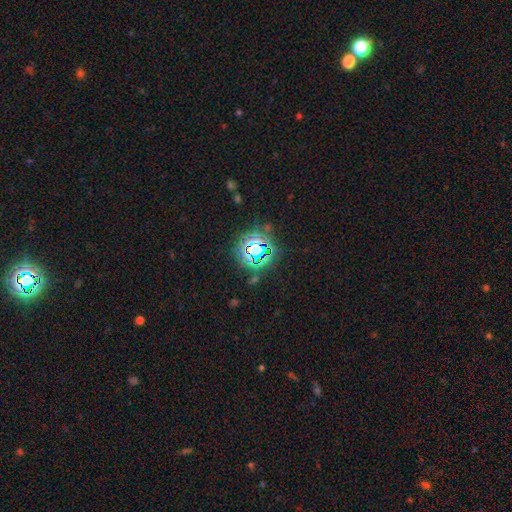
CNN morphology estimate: The model was most divided on "smooth or featured": star or artifact: 71%, smooth: 19%, featured or disk: 10%.